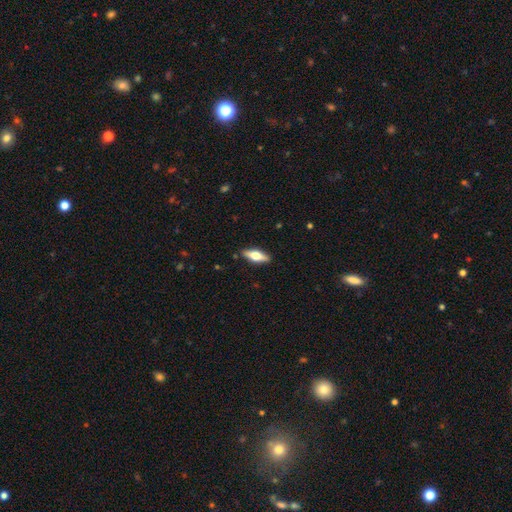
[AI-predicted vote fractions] Smooth or featured: featured or disk — 48% (smooth — 46%)
Merging: none — 89% (minor disturbance — 9%)